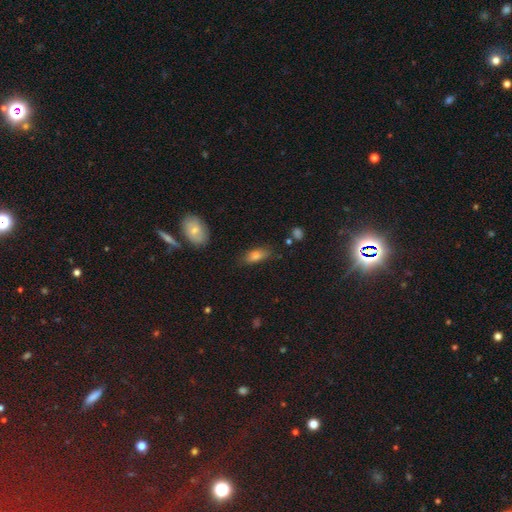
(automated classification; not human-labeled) This appears to be a smooth galaxy with no disk features (77%) that is in between round and cigar-shaped (81%). Merging: none (76%).